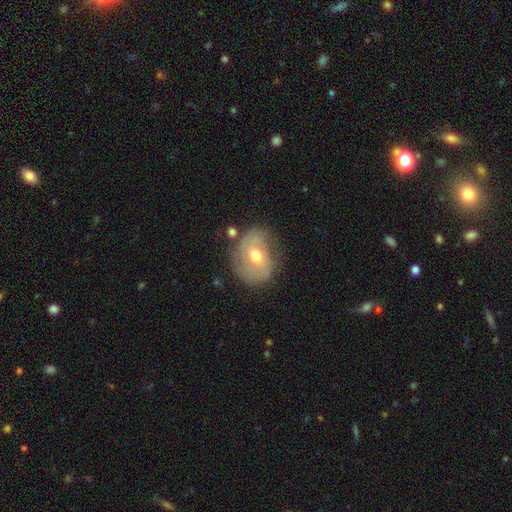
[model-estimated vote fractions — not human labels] Smooth or featured?
  - featured or disk: 60% *
  - smooth: 31%
  - star or artifact: 9%
Edge-on disk?
  - no: 96% *
  - yes: 4%
Bar?
  - no: 50% *
  - weak: 38%
  - strong: 12%
Spiral arms?
  - yes: 67% *
  - no: 33%
Bulge size?
  - moderate: 75% *
  - small: 19%
  - large: 5%
  - dominant: 1%
  - none: 1%
Merging?
  - none: 70% *
  - minor disturbance: 20%
  - major disturbance: 7%
  - merger: 3%